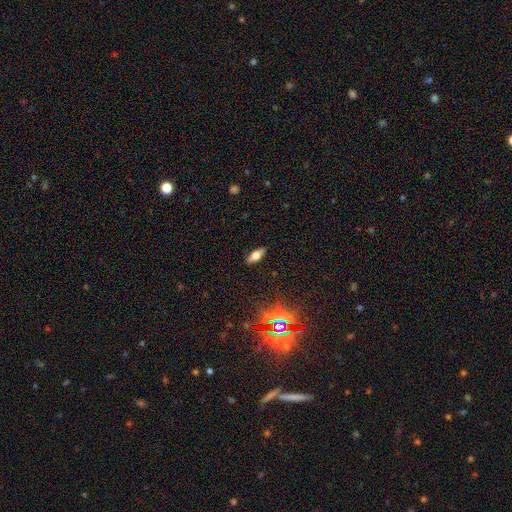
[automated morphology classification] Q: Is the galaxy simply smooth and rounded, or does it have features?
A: smooth — 50%.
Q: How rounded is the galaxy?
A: in between — 70%.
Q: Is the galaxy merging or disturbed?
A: none — 87%.